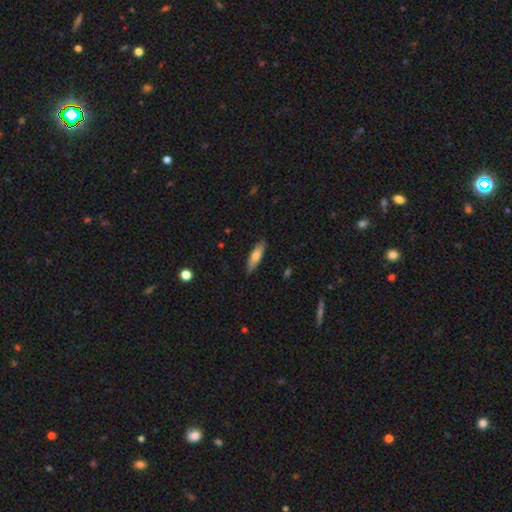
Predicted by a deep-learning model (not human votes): smooth_or_featured: smooth (p=0.70) [alt: featured or disk p=0.24]
how_rounded: cigar-shaped (p=0.64) [alt: in between p=0.34]
merging: none (p=0.88) [alt: minor disturbance p=0.09]